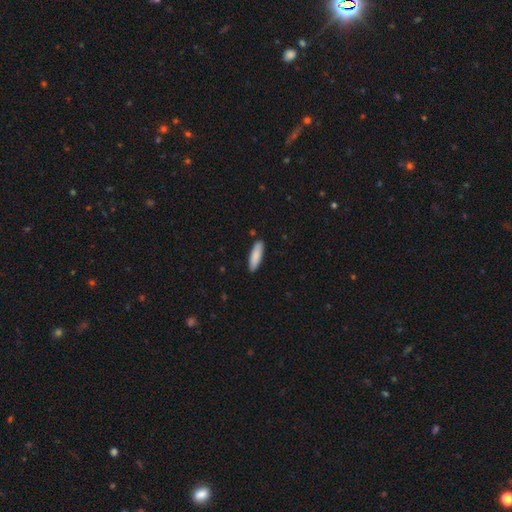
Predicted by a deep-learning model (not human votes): Smooth or featured?
  - smooth: 87% *
  - featured or disk: 8%
  - star or artifact: 5%
How rounded?
  - cigar-shaped: 56% *
  - in between: 42%
  - round: 1%
Merging?
  - none: 88% *
  - minor disturbance: 9%
  - major disturbance: 2%
  - merger: 1%